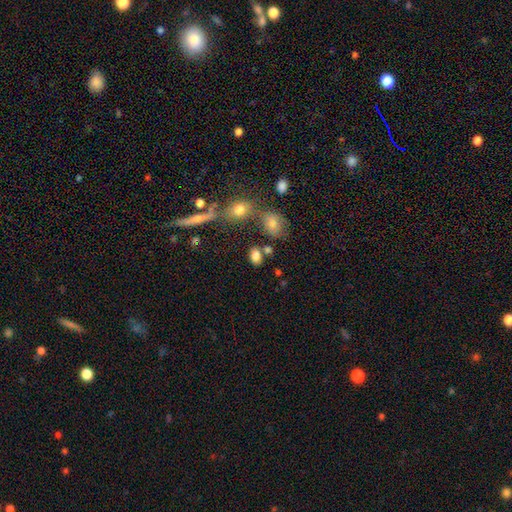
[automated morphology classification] A smooth galaxy with no disk features (81%) that is in between round and cigar-shaped (81%). Merging: none (70%).